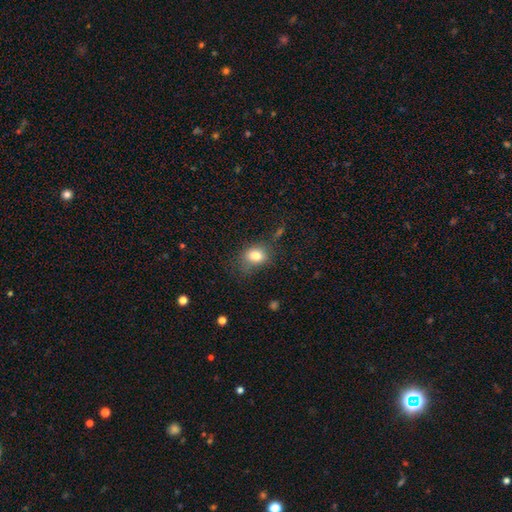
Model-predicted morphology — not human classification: Smooth or featured? Predicted: smooth (p=0.79). How rounded? Predicted: in between (p=0.53). Merging? Predicted: none (p=0.63).